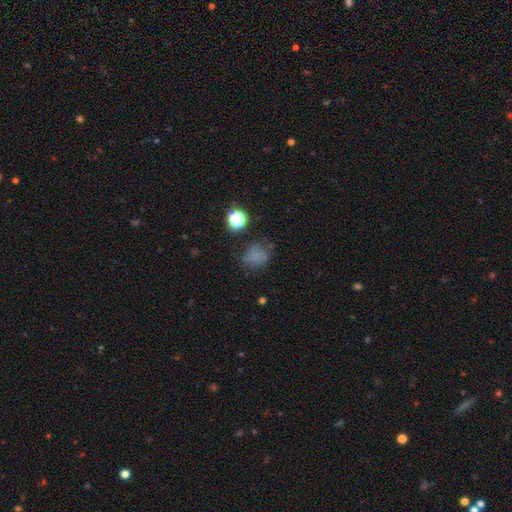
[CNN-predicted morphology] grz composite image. It shows a smooth galaxy with no disk features (67%) that is round (59%). Merging: none (63%).